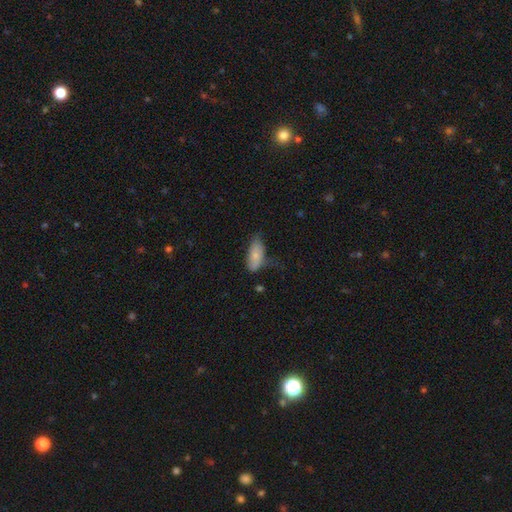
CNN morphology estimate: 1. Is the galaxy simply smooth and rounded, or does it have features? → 73% smooth, 20% featured or disk, 7% star or artifact.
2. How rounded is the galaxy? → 89% in between, 9% cigar-shaped, 3% round.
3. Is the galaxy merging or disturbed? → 45% none, 39% minor disturbance, 13% major disturbance, 3% merger.